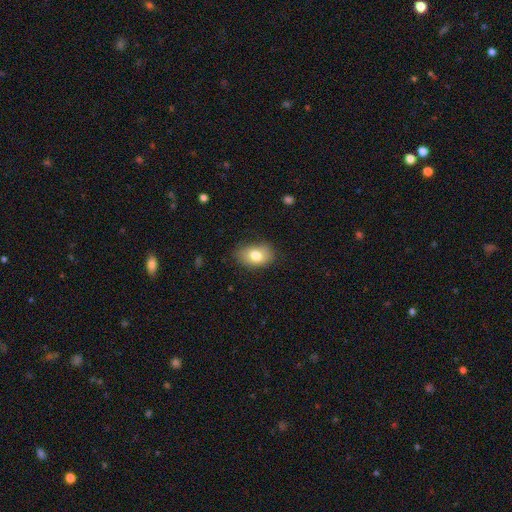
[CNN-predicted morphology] Smooth or featured?
  - smooth: 79% *
  - featured or disk: 13%
  - star or artifact: 8%
How rounded?
  - in between: 81% *
  - round: 18%
  - cigar-shaped: 1%
Merging?
  - none: 76% *
  - minor disturbance: 18%
  - major disturbance: 4%
  - merger: 1%